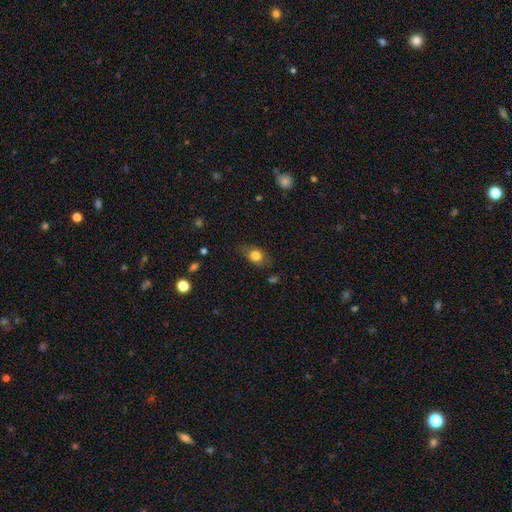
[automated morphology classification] smooth_or_featured: smooth (p=0.78) [alt: featured or disk p=0.12]
how_rounded: in between (p=0.61) [alt: round p=0.36]
merging: none (p=0.71) [alt: minor disturbance p=0.21]